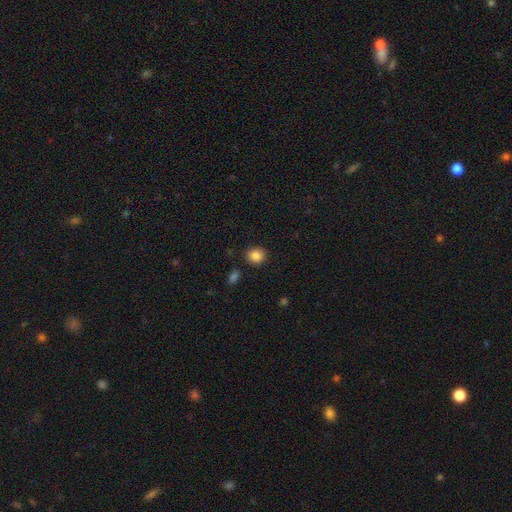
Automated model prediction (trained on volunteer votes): This appears to be a smooth galaxy with no disk features (87%) that is round (82%). Merging: none (88%).